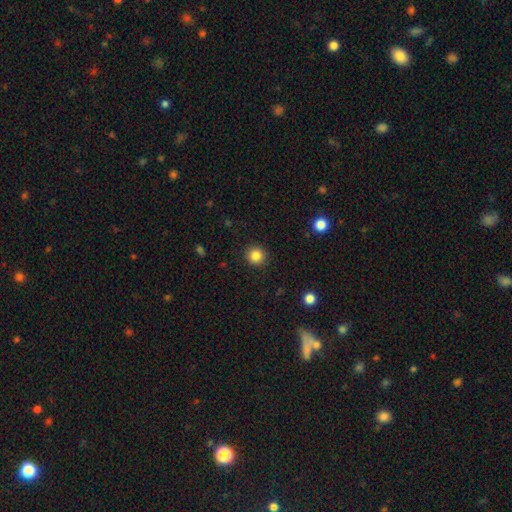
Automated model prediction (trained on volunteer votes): smooth_or_featured: smooth (p=0.85) [alt: star or artifact p=0.11]
how_rounded: round (p=0.94) [alt: in between p=0.05]
merging: none (p=0.92) [alt: minor disturbance p=0.05]